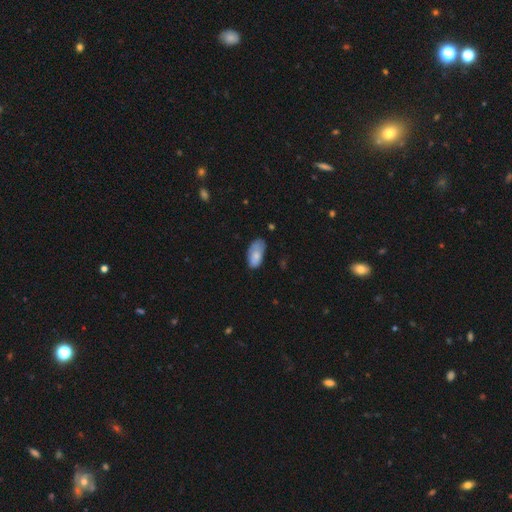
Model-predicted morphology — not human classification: smooth-or-featured: smooth: 76% | featured or disk: 17% | star or artifact: 7%
  how-rounded: in between: 93% | cigar-shaped: 4% | round: 3%
  merging: none: 55% | minor disturbance: 34% | major disturbance: 9% | merger: 2%